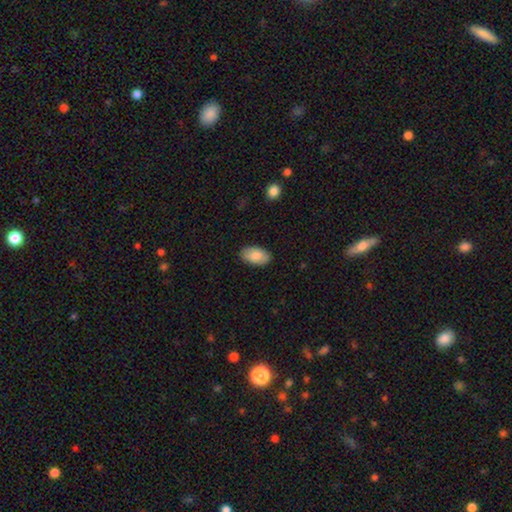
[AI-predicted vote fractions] smooth-or-featured: smooth: 83% | featured or disk: 11% | star or artifact: 6%
  how-rounded: in between: 95% | round: 4% | cigar-shaped: 2%
  merging: none: 87% | minor disturbance: 10% | major disturbance: 2% | merger: 1%